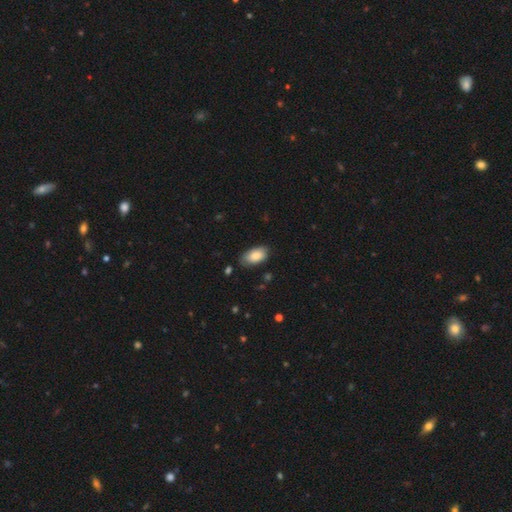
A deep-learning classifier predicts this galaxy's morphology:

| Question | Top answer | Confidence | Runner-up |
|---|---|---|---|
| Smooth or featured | smooth | 85% | featured or disk (8%) |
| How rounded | in between | 94% | round (3%) |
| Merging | none | 76% | minor disturbance (19%) |